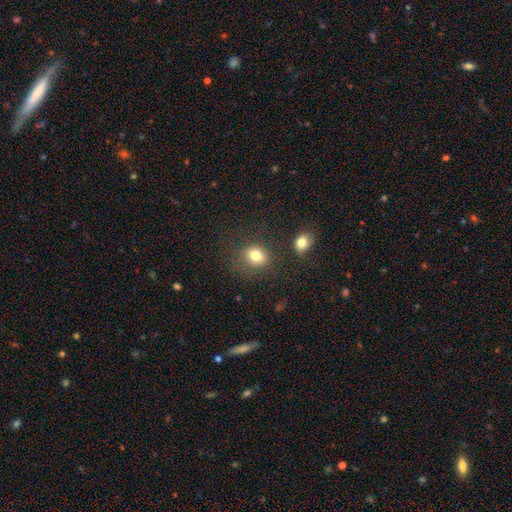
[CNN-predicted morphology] smooth 80%, star or artifact 11%, featured or disk 9%. Down the decision tree: how rounded — round (54%); merging — none (70%).